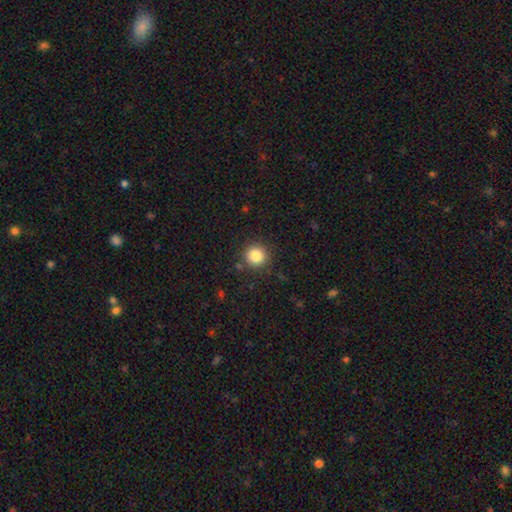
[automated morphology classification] smooth 84%, star or artifact 11%, featured or disk 5%. Down the decision tree: how rounded — round (94%); merging — none (89%).